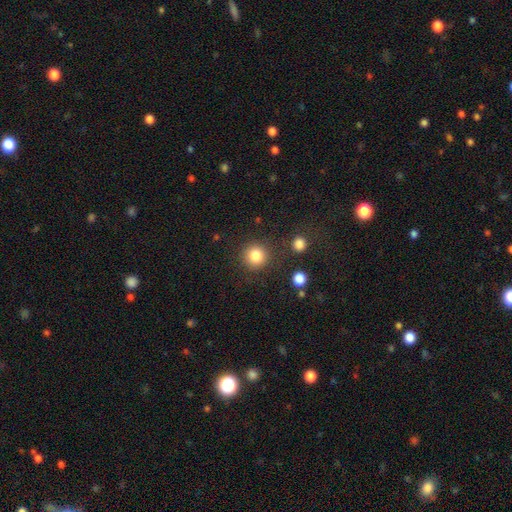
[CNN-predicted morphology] The model was most divided on "smooth or featured": smooth: 84%, star or artifact: 11%, featured or disk: 6%. More confident: how rounded — round (93%); merging — none (85%).